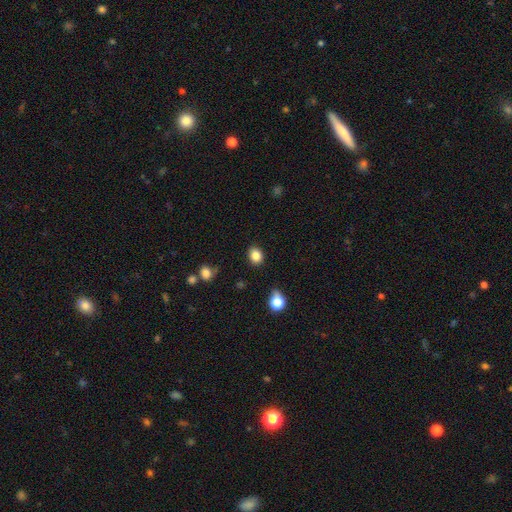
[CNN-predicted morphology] Q: Smooth or featured?
A: smooth (85%); runner-up: star or artifact (10%)
Q: How rounded?
A: round (50%); runner-up: in between (49%)
Q: Merging?
A: none (86%); runner-up: minor disturbance (10%)